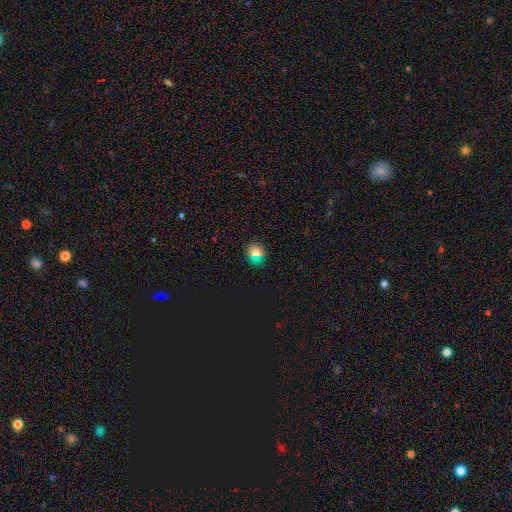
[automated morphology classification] Overall: smooth (72%). How rounded: round (74%). Merging: none (88%).